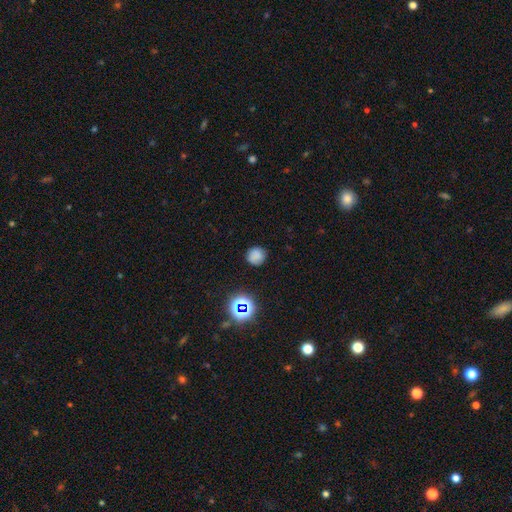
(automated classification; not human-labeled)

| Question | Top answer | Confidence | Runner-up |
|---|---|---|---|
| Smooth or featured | smooth | 74% | star or artifact (18%) |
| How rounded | round | 92% | in between (7%) |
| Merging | none | 85% | minor disturbance (10%) |